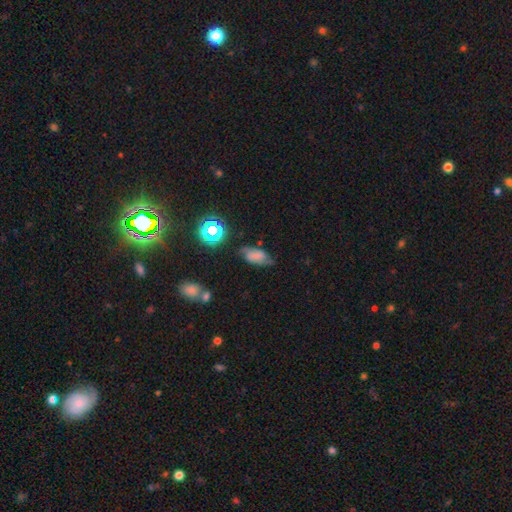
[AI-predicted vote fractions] Smooth or featured? Predicted: smooth (p=0.50). Merging? Predicted: none (p=0.54).